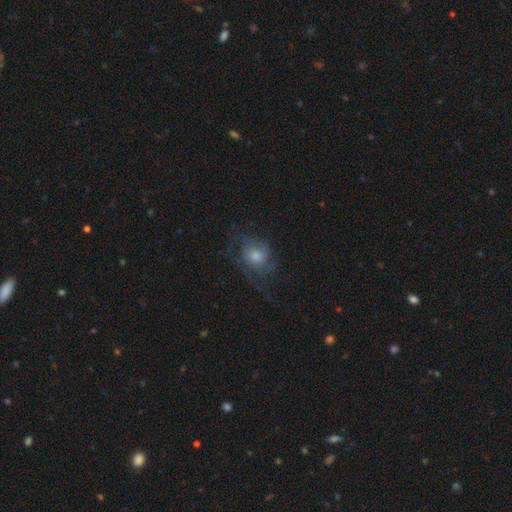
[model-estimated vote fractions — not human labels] A featured or disk galaxy (51%).

Vote fractions:
- Smooth or featured? featured or disk: 51% / smooth: 35% / star or artifact: 14%
- Edge-on disk? no: 96% / yes: 4%
- Merging? none: 57% / major disturbance: 22% / minor disturbance: 20% / merger: 1%